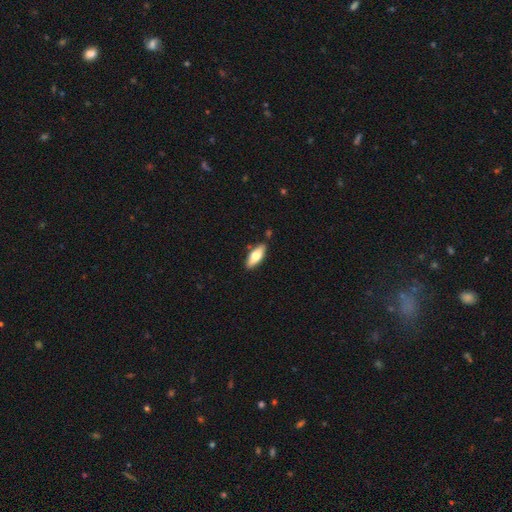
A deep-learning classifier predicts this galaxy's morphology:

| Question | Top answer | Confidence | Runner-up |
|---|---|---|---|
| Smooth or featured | smooth | 65% | featured or disk (30%) |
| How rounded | in between | 68% | cigar-shaped (30%) |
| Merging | none | 86% | minor disturbance (10%) |